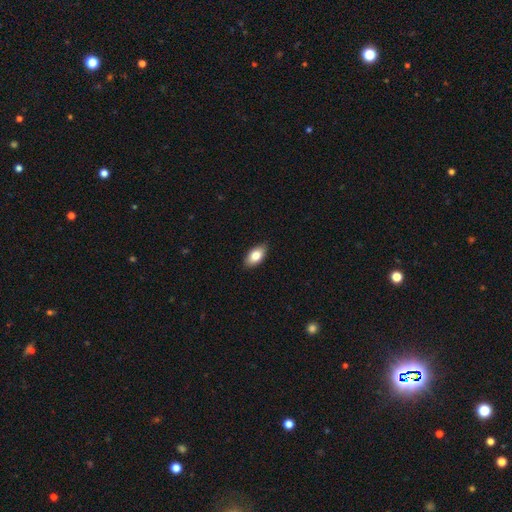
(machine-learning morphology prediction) type=smooth (81%); roundness=in between (92%); merging=none (86%).